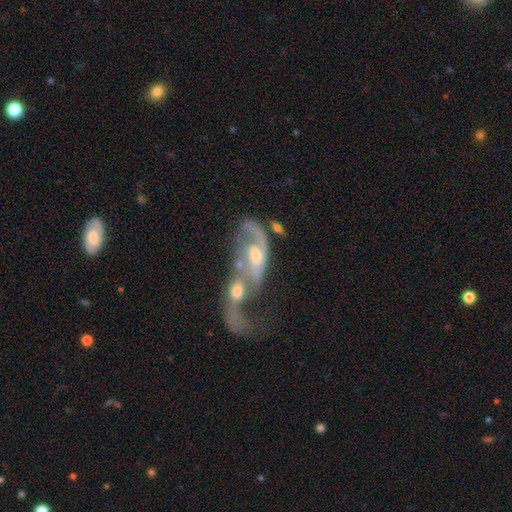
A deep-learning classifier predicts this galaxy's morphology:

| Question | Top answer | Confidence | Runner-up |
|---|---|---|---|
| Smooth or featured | featured or disk | 77% | smooth (15%) |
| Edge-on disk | no | 91% | yes (9%) |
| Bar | no | 55% | weak (33%) |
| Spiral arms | yes | 78% | no (22%) |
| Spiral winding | loose | 53% | medium (31%) |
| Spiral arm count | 2 | 54% | 1 (21%) |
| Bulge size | moderate | 57% | small (32%) |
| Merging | merger | 75% | major disturbance (12%) |